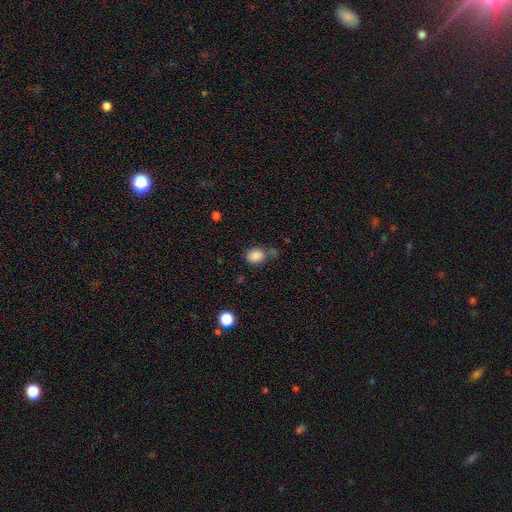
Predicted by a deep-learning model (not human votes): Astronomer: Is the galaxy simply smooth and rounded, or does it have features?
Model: smooth — 86%.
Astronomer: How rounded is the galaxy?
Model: round — 59% (runner-up: in between, 40%).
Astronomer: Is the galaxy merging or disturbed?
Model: none — 58%.